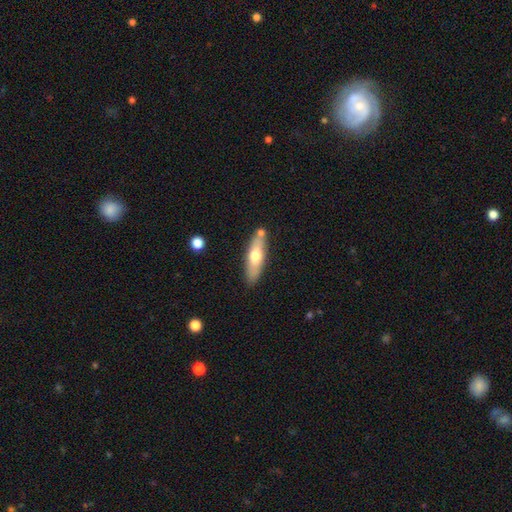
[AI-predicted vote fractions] Overall: smooth (59%; featured or disk 36%). How rounded: cigar-shaped (60%; in between 38%). Merging: none (76%).